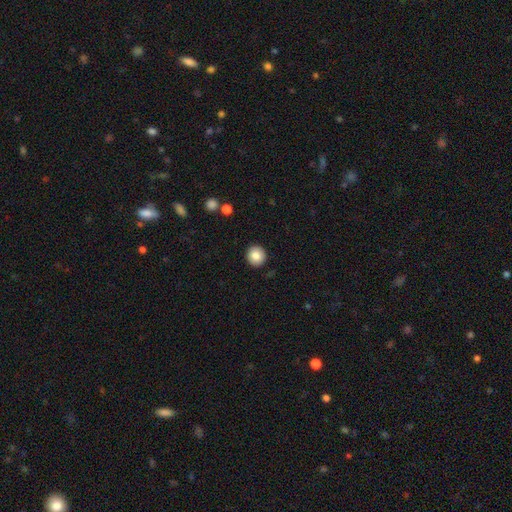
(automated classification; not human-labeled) Smooth or featured: smooth — 85% (star or artifact — 8%)
How rounded: round — 93% (in between — 6%)
Merging: none — 92% (minor disturbance — 5%)